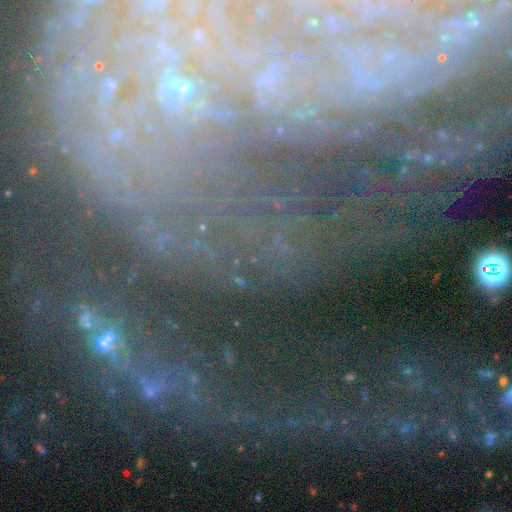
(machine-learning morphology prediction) A featured or disk galaxy (60%) with no bar (51%), spiral arms (89%) and a small central bulge (64%).

Vote fractions:
- Smooth or featured? featured or disk: 60% / star or artifact: 28% / smooth: 12%
- Edge-on disk? no: 91% / yes: 9%
- Bar? no: 51% / weak: 27% / strong: 23%
- Spiral arms? yes: 89% / no: 11%
- Bulge size? small: 64% / moderate: 18% / none: 10% / large: 5% / dominant: 3%
- Merging? none: 63% / minor disturbance: 16% / major disturbance: 16% / merger: 6%